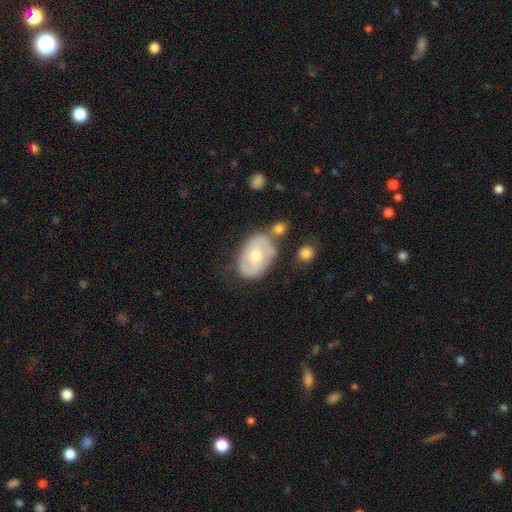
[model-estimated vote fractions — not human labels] smooth-or-featured: featured or disk: 52% | smooth: 42% | star or artifact: 6%
  disk-edge-on: no: 93% | yes: 7%
  merging: none: 61% | minor disturbance: 21% | merger: 11% | major disturbance: 7%